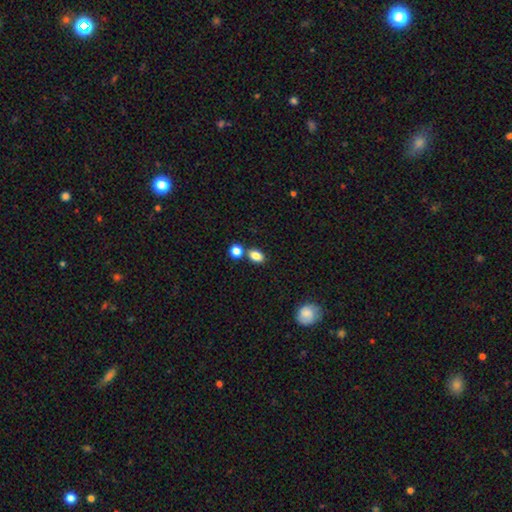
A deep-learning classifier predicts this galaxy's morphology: smooth_or_featured: smooth (p=0.84) [alt: star or artifact p=0.10]
how_rounded: in between (p=0.76) [alt: round p=0.22]
merging: none (p=0.66) [alt: merger p=0.21]